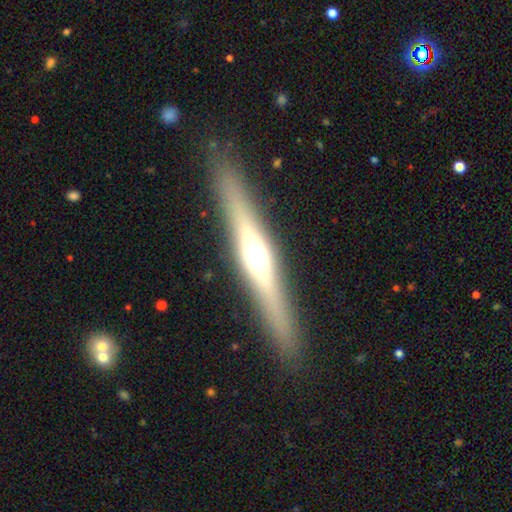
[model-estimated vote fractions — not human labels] This is likely a featured or disk galaxy (67%). It is clearly viewed edge-on (96%). Edge-on bulge: clearly rounded (89%). Merging: clearly none (90%).